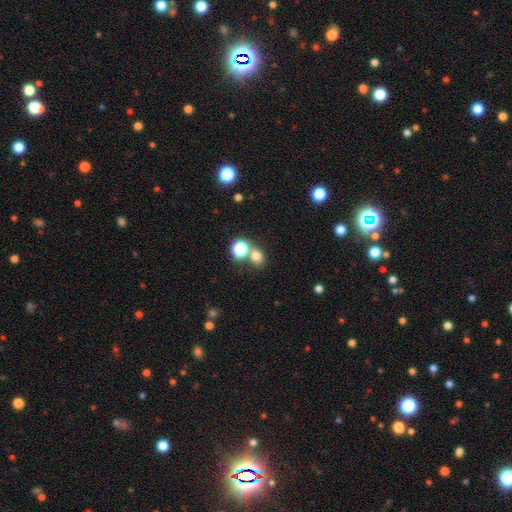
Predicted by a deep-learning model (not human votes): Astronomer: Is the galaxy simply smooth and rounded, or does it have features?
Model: smooth — 73%.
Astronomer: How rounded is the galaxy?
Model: round — 72%.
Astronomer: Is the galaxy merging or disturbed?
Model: none — 60%.